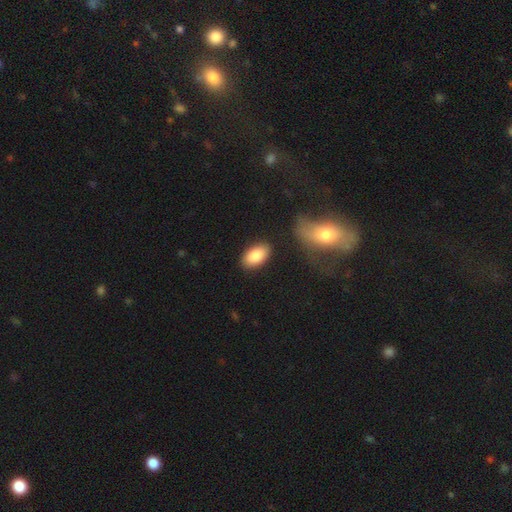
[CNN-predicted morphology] A smooth galaxy with no disk features (88%) that is in between round and cigar-shaped (94%). Merging: none (86%).